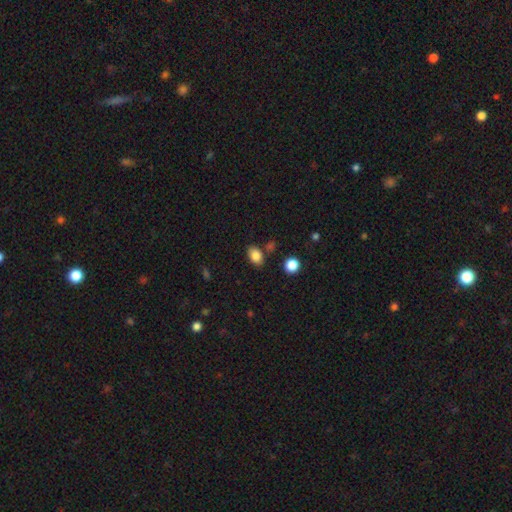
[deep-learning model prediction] A smooth galaxy with no disk features (84%) that is in between round and cigar-shaped (80%). Merging: none (78%).